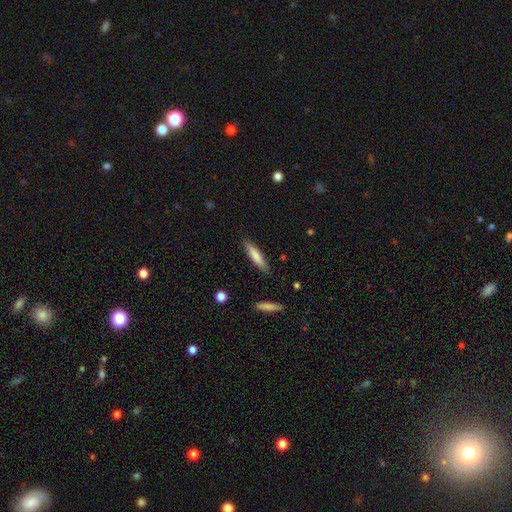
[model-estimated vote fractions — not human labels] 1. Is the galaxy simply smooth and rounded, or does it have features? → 75% smooth, 18% featured or disk, 6% star or artifact.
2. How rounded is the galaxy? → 82% cigar-shaped, 17% in between, 1% round.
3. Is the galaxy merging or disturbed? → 86% none, 11% minor disturbance, 2% major disturbance, 2% merger.